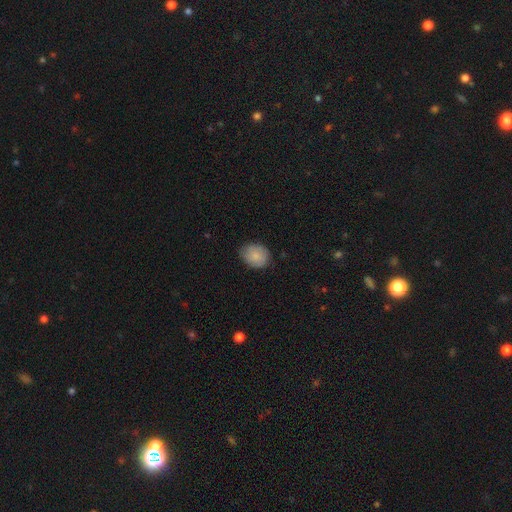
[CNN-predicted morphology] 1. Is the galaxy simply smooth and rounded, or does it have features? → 81% smooth, 13% featured or disk, 7% star or artifact.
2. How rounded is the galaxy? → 53% round, 46% in between, 1% cigar-shaped.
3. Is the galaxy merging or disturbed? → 77% none, 19% minor disturbance, 3% major disturbance, 1% merger.